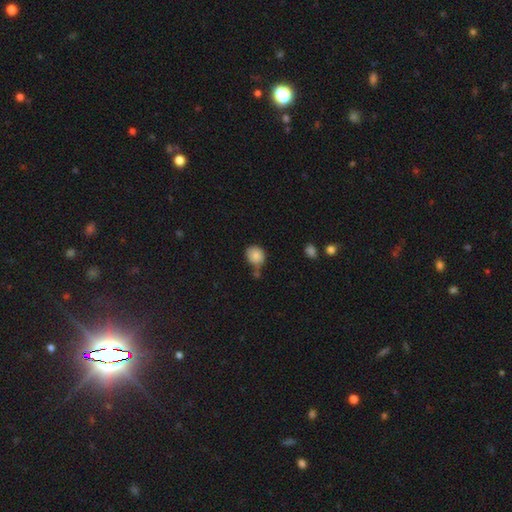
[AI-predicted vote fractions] Smooth or featured: smooth — 84% (star or artifact — 9%)
How rounded: round — 79% (in between — 20%)
Merging: none — 61% (minor disturbance — 19%)